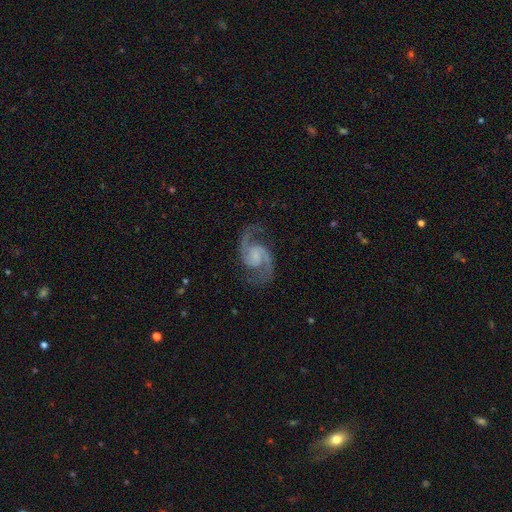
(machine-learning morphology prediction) featured or disk 93%, star or artifact 4%, smooth 3%. Down the decision tree: edge-on disk — no (98%); bar — no (54%); spiral arms — yes (99%); spiral arm count — 2 (94%); spiral winding — medium (63%); bulge size — small (42%); merging — none (81%).